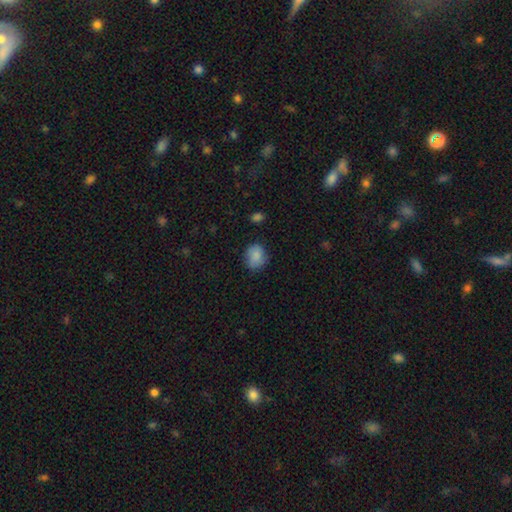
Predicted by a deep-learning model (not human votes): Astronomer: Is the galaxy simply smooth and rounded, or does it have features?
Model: smooth — 85%.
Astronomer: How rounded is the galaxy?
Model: round — 63%.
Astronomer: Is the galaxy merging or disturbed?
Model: none — 74%.